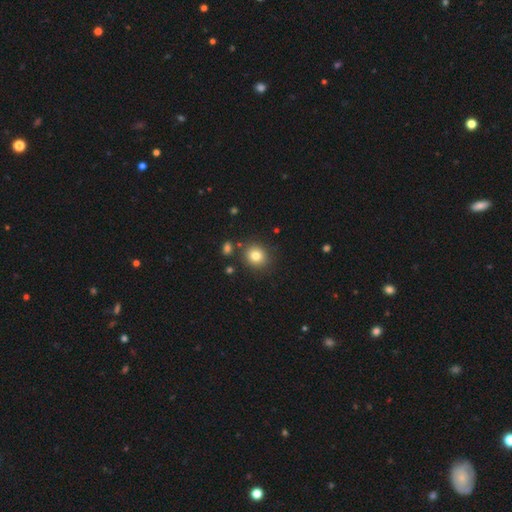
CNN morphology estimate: This is clearly a smooth galaxy (80%). How rounded: clearly round (81%). Merging: clearly none (84%).